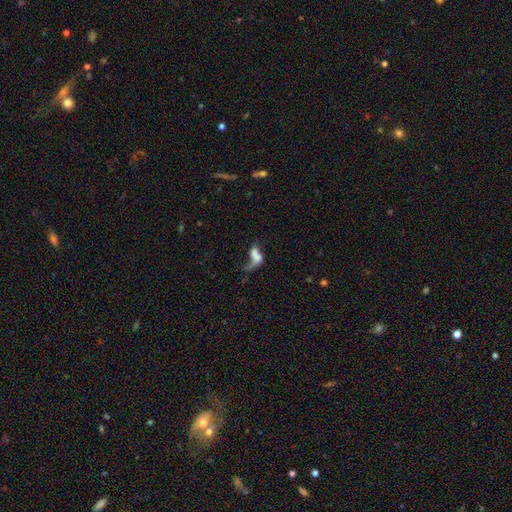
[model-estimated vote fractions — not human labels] This appears to be a smooth galaxy with no disk features (52%) that is in between round and cigar-shaped (78%). Merging: merger (36%, tied with major disturbance).